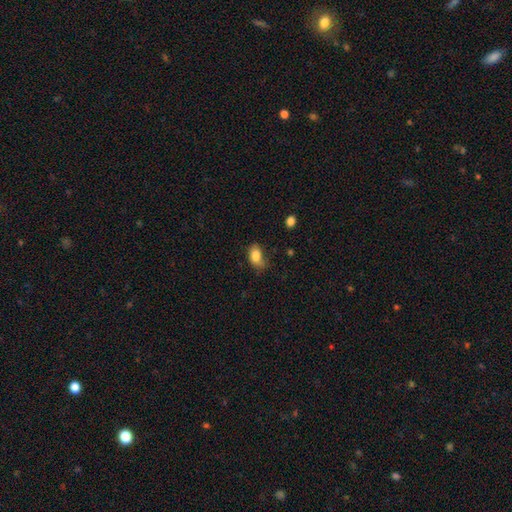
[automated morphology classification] Smooth or featured? smooth (83%)
How rounded? in between (85%)
Merging? none (49%)